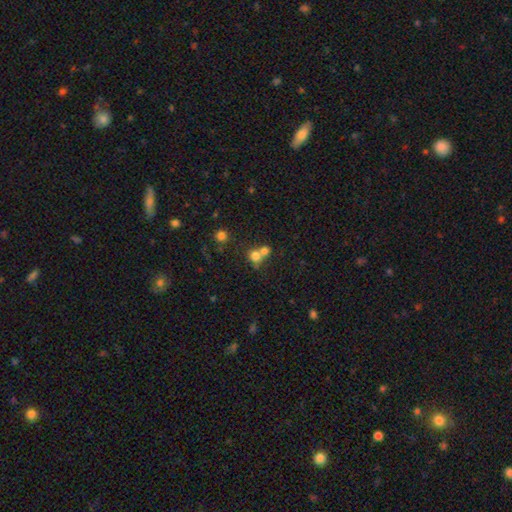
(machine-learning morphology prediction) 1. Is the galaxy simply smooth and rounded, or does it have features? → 74% smooth, 14% star or artifact, 12% featured or disk.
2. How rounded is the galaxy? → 81% round, 18% in between, 1% cigar-shaped.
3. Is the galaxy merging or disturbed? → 54% merger, 37% none, 6% minor disturbance, 3% major disturbance.